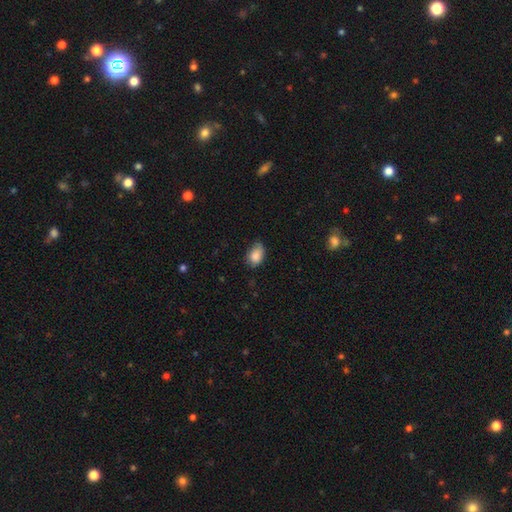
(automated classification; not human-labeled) Overall: smooth (85%). How rounded: in between (84%). Merging: none (56%; minor disturbance 35%).